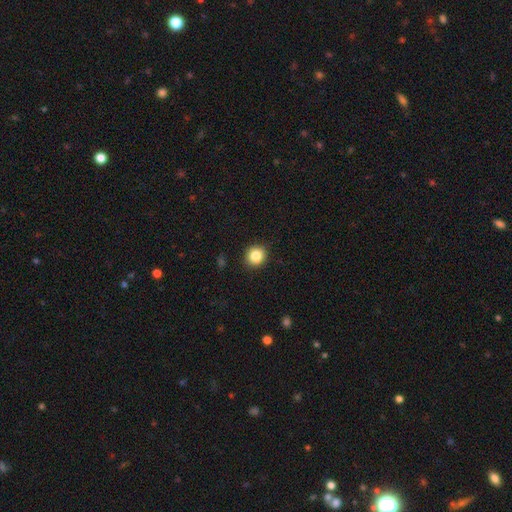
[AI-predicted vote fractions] smooth 85%, star or artifact 10%, featured or disk 5%. Down the decision tree: how rounded — round (88%); merging — none (90%).